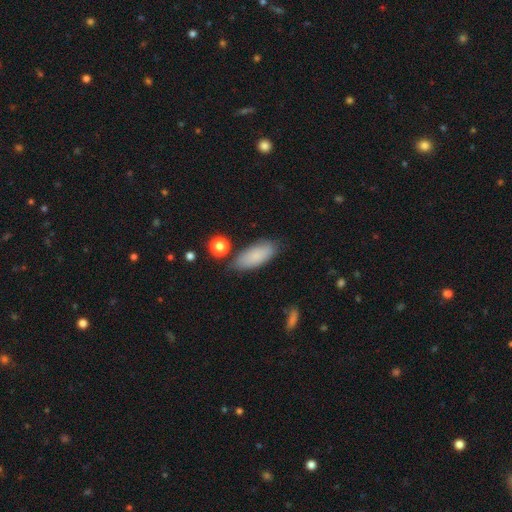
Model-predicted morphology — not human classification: Q: Smooth or featured?
A: smooth (84%); runner-up: featured or disk (9%)
Q: How rounded?
A: in between (81%); runner-up: cigar-shaped (16%)
Q: Merging?
A: none (77%); runner-up: minor disturbance (16%)